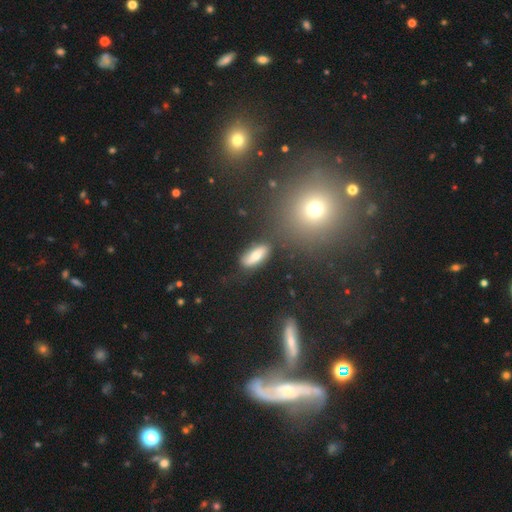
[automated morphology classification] The model was most divided on "smooth or featured": smooth: 65%, featured or disk: 26%, star or artifact: 9%. More confident: merging — none (76%); how rounded — in between (72%).